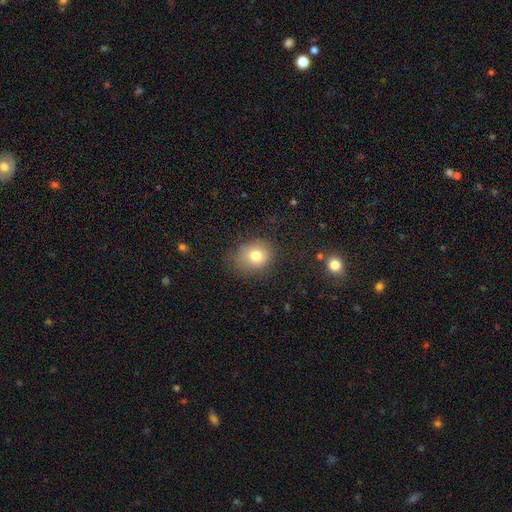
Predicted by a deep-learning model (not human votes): This is likely a smooth galaxy (77%). How rounded: likely round (66%). Merging: likely none (73%).